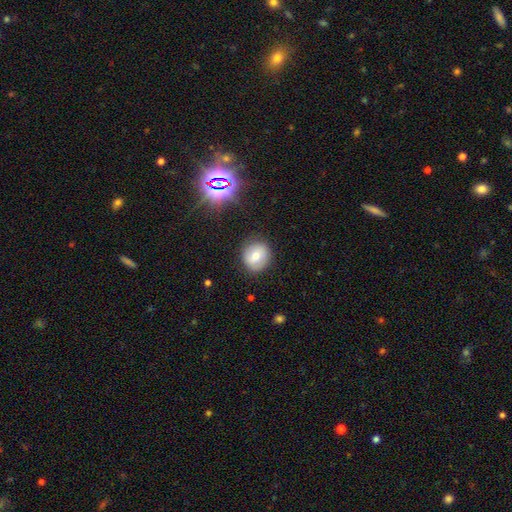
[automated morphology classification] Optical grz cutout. It shows a smooth galaxy with no disk features (67%) that is round (83%). Merging: none (85%).